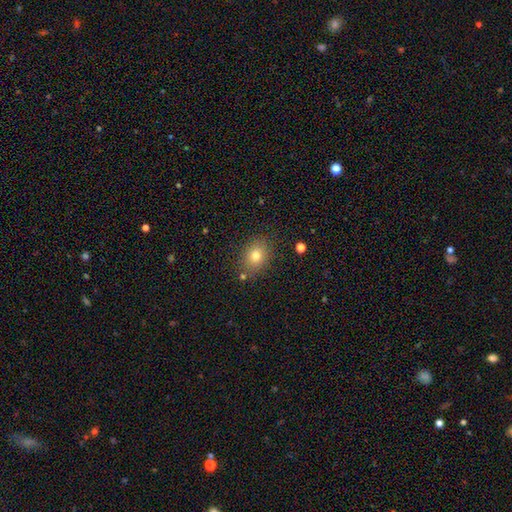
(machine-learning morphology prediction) type=smooth (77%); roundness=in between (53%); merging=none (83%).